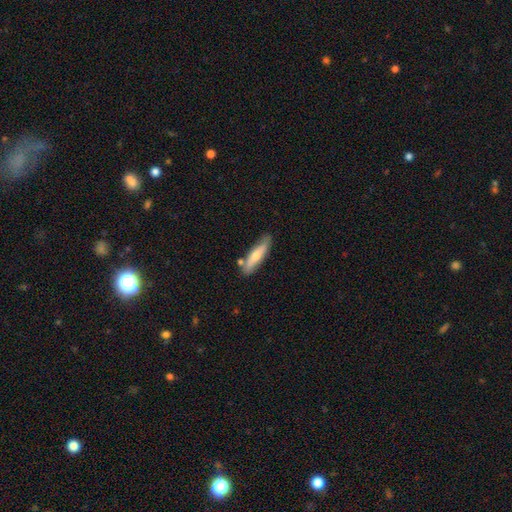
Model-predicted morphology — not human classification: smooth 60%, featured or disk 35%, star or artifact 6%. Down the decision tree: how rounded — cigar-shaped (74%); merging — none (74%).